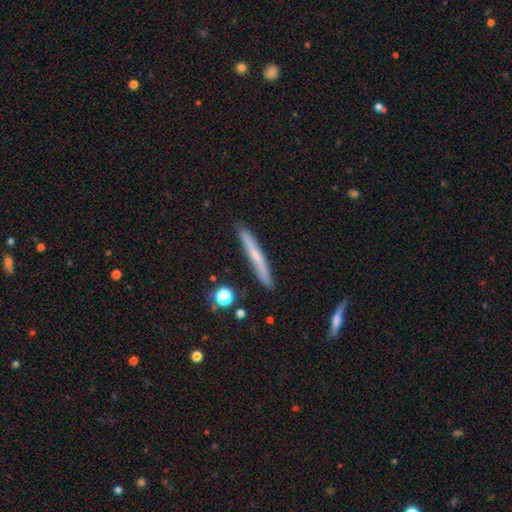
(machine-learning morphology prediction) This appears to be a smooth galaxy with no disk features (56%) that is cigar-shaped (96%). Merging: none (88%).